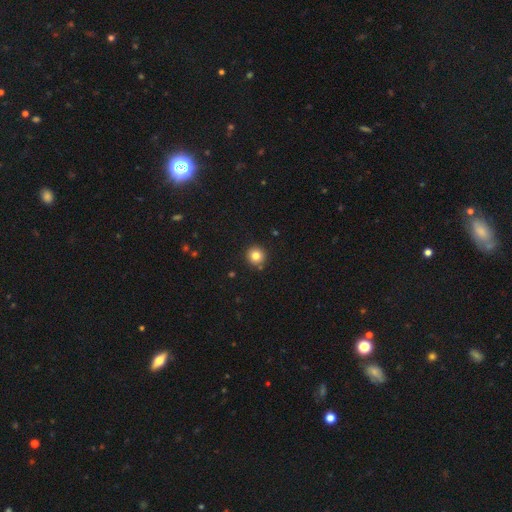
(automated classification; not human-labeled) Smooth or featured? Predicted: smooth (p=0.82). How rounded? Predicted: round (p=0.95). Merging? Predicted: none (p=0.90).